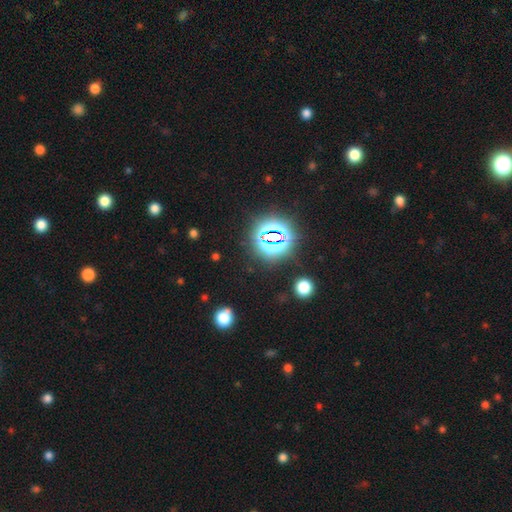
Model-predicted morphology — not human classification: A star or artifact, not a galaxy (80%).

Vote fractions:
- Smooth or featured? star or artifact: 80% / smooth: 13% / featured or disk: 7%